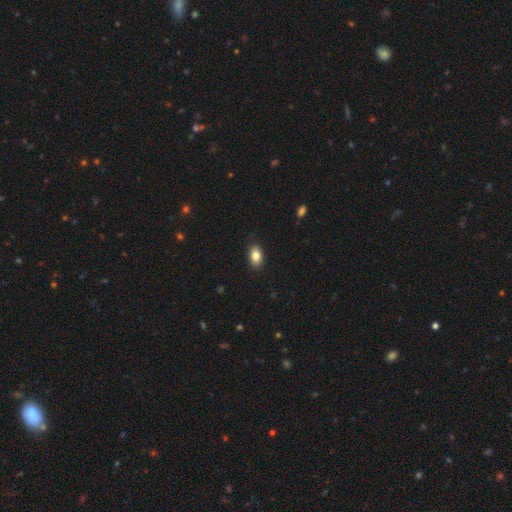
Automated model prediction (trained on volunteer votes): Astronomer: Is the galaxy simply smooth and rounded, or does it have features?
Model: smooth — 84%.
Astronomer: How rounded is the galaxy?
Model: in between — 87%.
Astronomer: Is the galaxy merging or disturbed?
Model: none — 88%.